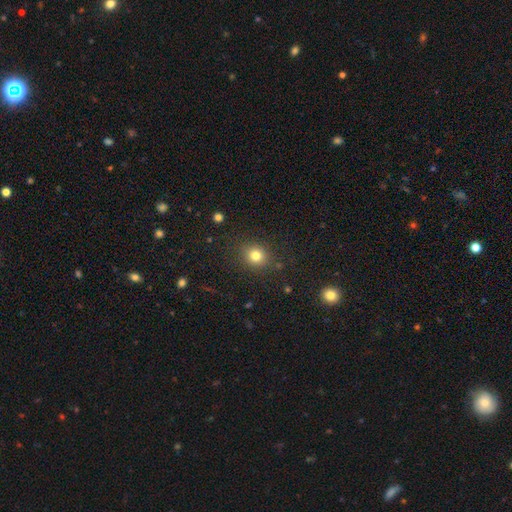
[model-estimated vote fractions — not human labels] The model was most divided on "how rounded": round: 77%, in between: 22%, cigar-shaped: 1%. More confident: merging — none (86%); smooth or featured — smooth (80%).